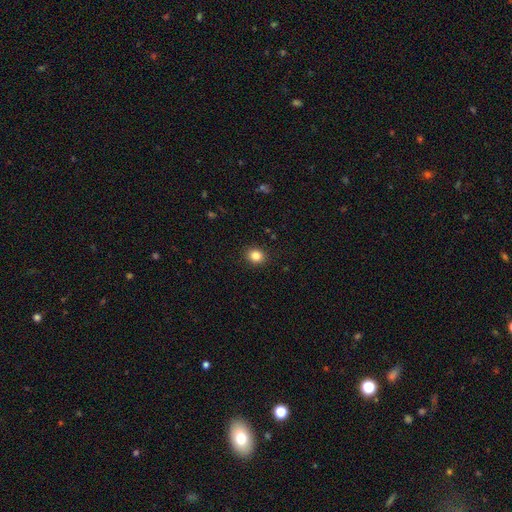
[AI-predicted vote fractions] Smooth or featured? Predicted: smooth (p=0.85). How rounded? Predicted: round (p=0.67). Merging? Predicted: none (p=0.91).